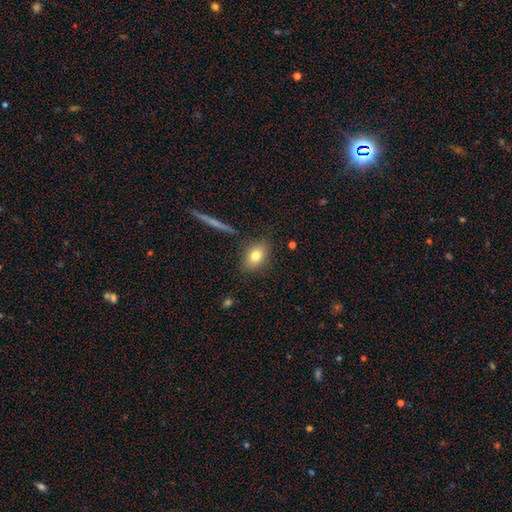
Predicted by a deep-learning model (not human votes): A smooth galaxy with no disk features (77%) that is in between round and cigar-shaped (75%). Merging: none (83%).